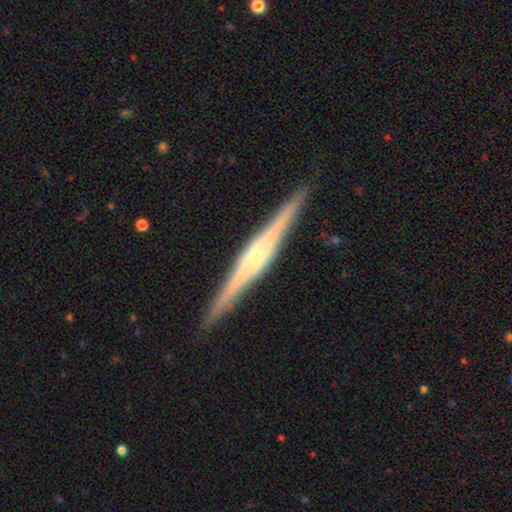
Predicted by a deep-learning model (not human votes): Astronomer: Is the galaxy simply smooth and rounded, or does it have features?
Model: featured or disk — 85%.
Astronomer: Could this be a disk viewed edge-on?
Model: yes — 98%.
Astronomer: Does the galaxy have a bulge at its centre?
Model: boxy — 47% (runner-up: rounded, 43%).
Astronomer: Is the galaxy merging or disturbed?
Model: none — 91%.